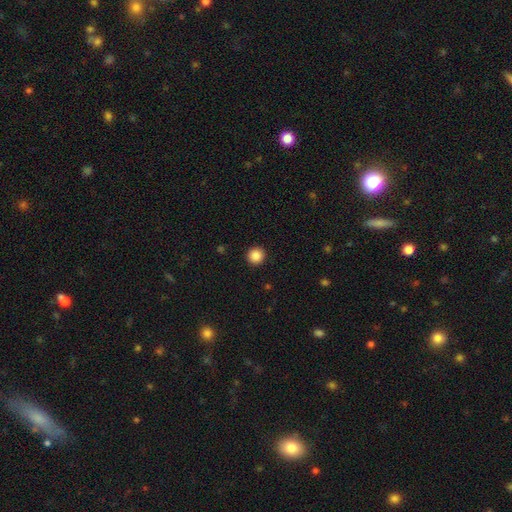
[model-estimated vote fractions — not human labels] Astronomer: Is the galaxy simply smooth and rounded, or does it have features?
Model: smooth — 87%.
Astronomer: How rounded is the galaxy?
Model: round — 95%.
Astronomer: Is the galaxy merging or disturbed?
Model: none — 93%.